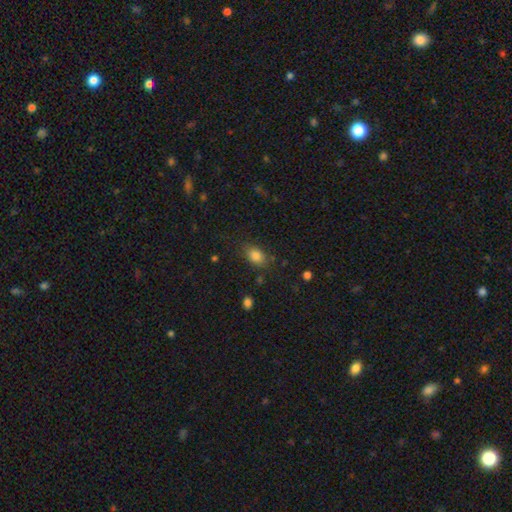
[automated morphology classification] A smooth galaxy with no disk features (83%) that is in between round and cigar-shaped (81%). Merging: none (76%).